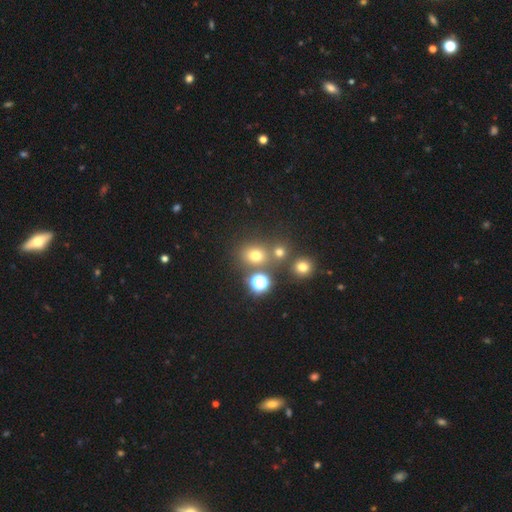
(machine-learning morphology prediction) smooth 66%, star or artifact 25%, featured or disk 9%. Down the decision tree: how rounded — round (70%); merging — none (69%).